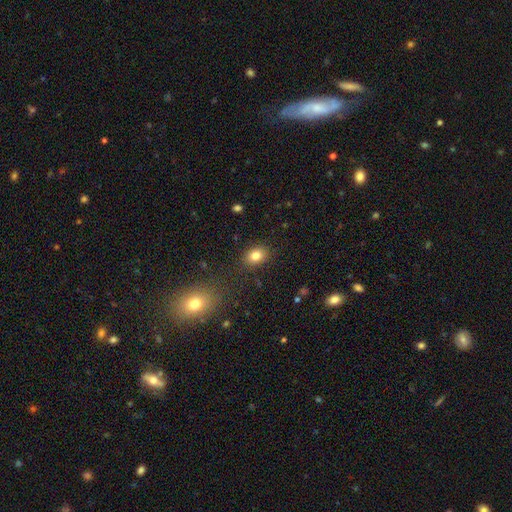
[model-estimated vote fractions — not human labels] The model was most divided on "how rounded": in between: 60%, round: 39%, cigar-shaped: 1%. More confident: merging — none (86%); smooth or featured — smooth (81%).